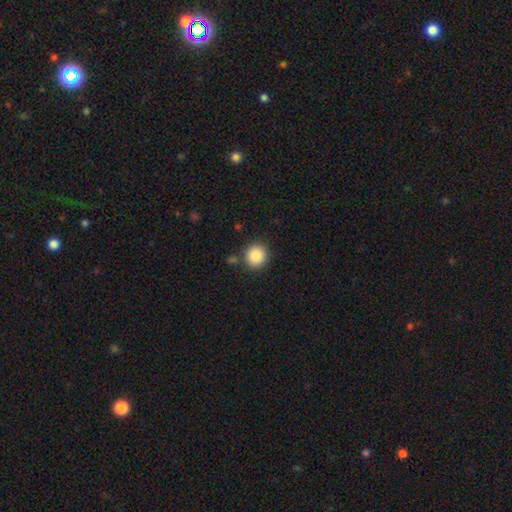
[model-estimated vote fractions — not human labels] This is clearly a smooth galaxy (88%). How rounded: clearly round (91%). Merging: clearly none (85%).